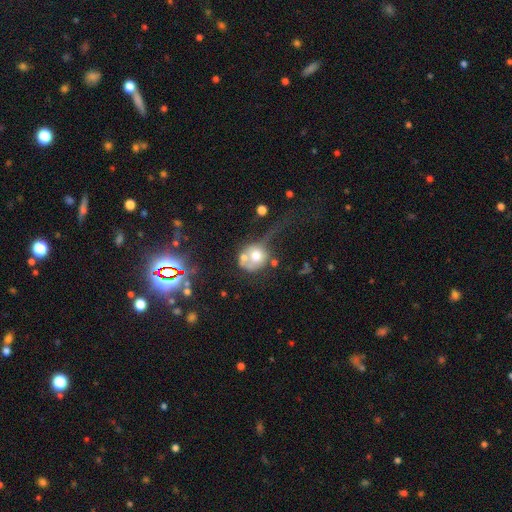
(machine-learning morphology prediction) Smooth or featured?
  - smooth: 58% *
  - featured or disk: 31%
  - star or artifact: 11%
How rounded?
  - round: 74% *
  - in between: 25%
  - cigar-shaped: 1%
Merging?
  - merger: 33% *
  - major disturbance: 32%
  - none: 20%
  - minor disturbance: 15%